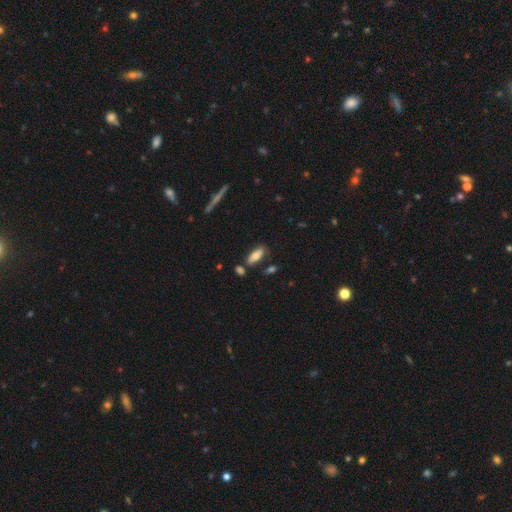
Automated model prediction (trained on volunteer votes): Smooth or featured?
  - smooth: 68% *
  - featured or disk: 24%
  - star or artifact: 7%
How rounded?
  - in between: 77% *
  - cigar-shaped: 21%
  - round: 2%
Merging?
  - none: 73% *
  - minor disturbance: 14%
  - merger: 9%
  - major disturbance: 3%